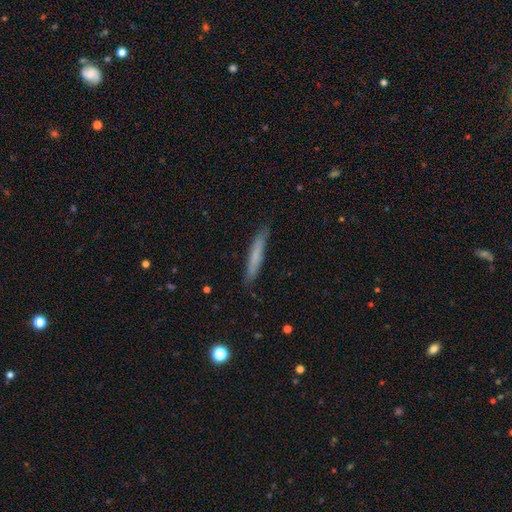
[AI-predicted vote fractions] Morphology: type=smooth (68%); roundness=cigar-shaped (95%); merging=none (87%).